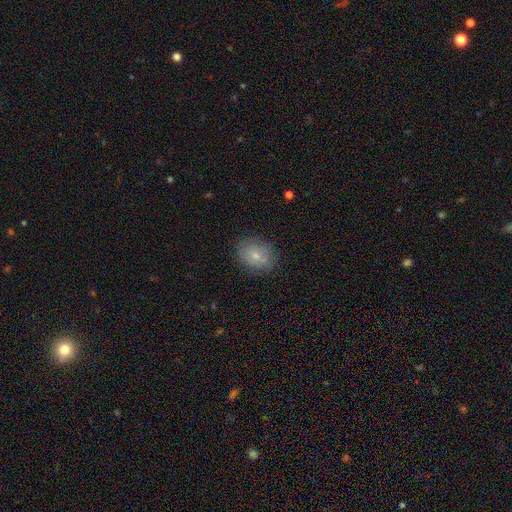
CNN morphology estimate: A smooth galaxy with no disk features (77%) that is in between round and cigar-shaped (57%).

Vote fractions:
- Smooth or featured? smooth: 77% / featured or disk: 14% / star or artifact: 9%
- How rounded? in between: 57% / round: 42% / cigar-shaped: 1%
- Merging? none: 82% / minor disturbance: 13% / major disturbance: 3% / merger: 2%